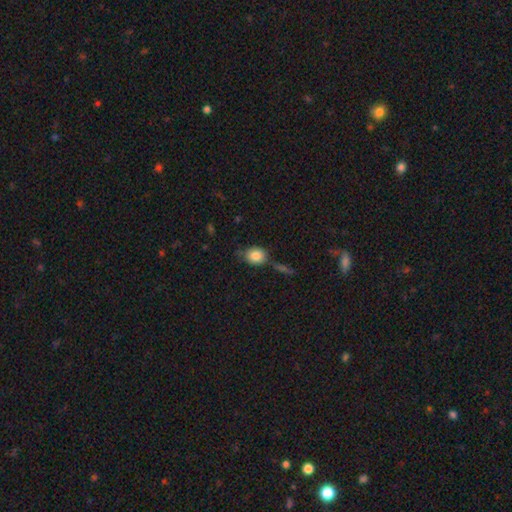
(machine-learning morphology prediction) This is clearly a smooth galaxy (82%). How rounded: possibly round (57%). Merging: likely none (61%).